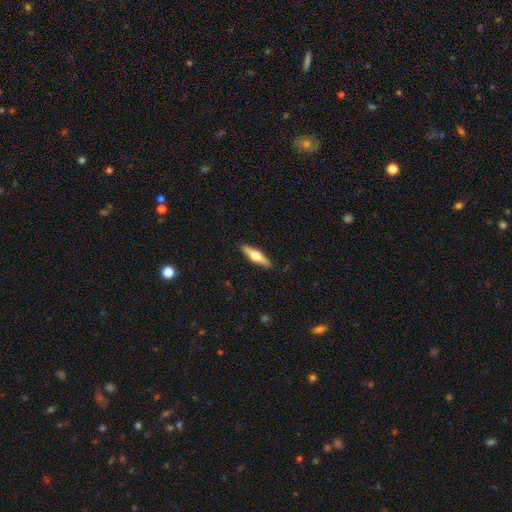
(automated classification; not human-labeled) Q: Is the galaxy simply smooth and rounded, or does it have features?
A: featured or disk — 50%.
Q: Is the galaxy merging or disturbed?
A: none — 89%.